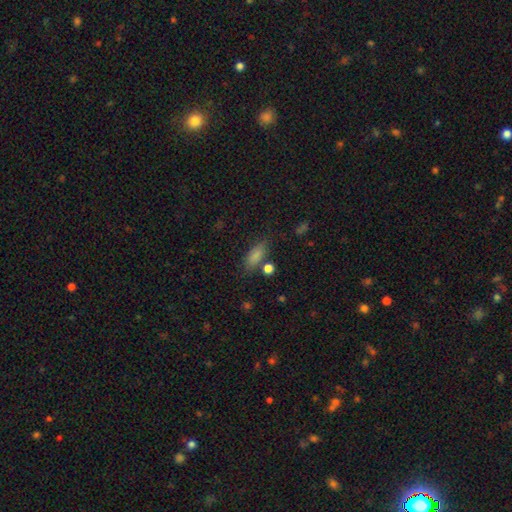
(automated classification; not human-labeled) This appears to be a smooth galaxy with no disk features (83%) that is in between round and cigar-shaped (76%). Merging: none (71%).